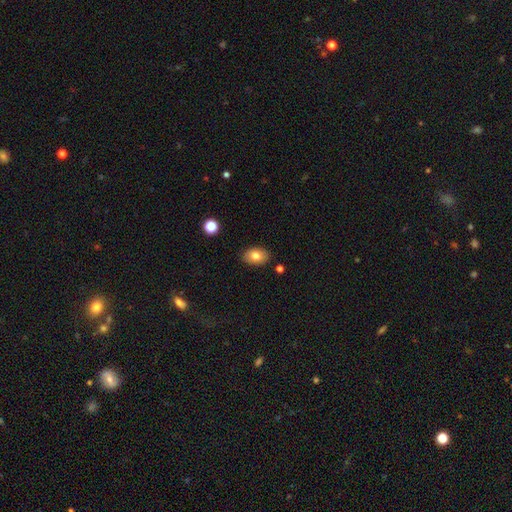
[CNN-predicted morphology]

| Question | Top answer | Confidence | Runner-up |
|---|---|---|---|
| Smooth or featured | smooth | 79% | featured or disk (12%) |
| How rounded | in between | 85% | round (14%) |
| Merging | none | 87% | minor disturbance (9%) |